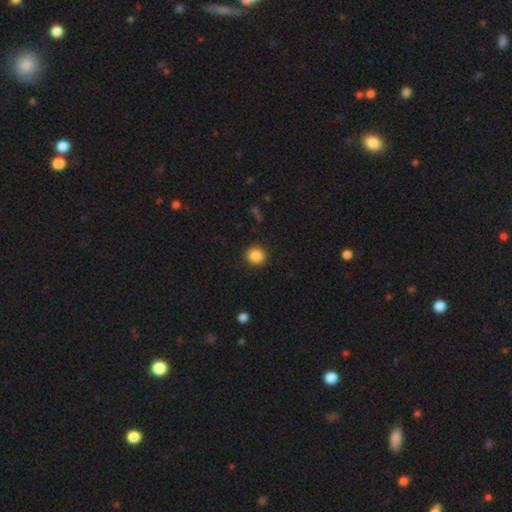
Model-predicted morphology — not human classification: smooth_or_featured: smooth (p=0.87) [alt: star or artifact p=0.10]
how_rounded: round (p=0.88) [alt: in between p=0.11]
merging: none (p=0.90) [alt: minor disturbance p=0.07]